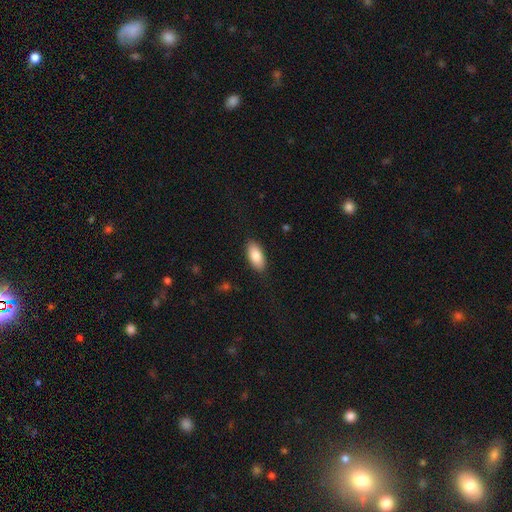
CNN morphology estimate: smooth-or-featured: smooth: 86% | featured or disk: 8% | star or artifact: 6%
  how-rounded: in between: 92% | cigar-shaped: 6% | round: 2%
  merging: none: 87% | minor disturbance: 10% | major disturbance: 2% | merger: 1%